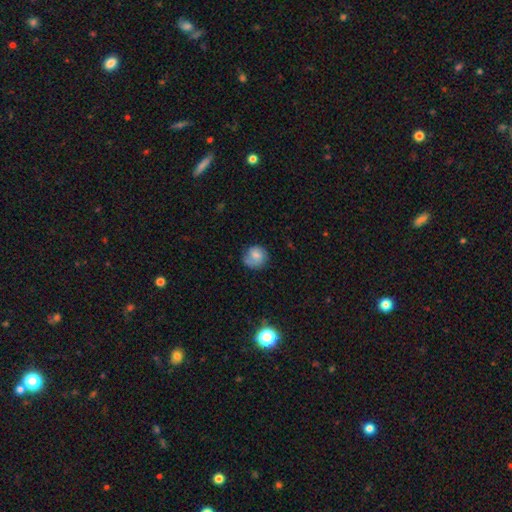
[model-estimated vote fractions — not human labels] Smooth or featured? Predicted: smooth (p=0.53). How rounded? Predicted: round (p=0.82). Merging? Predicted: none (p=0.65).